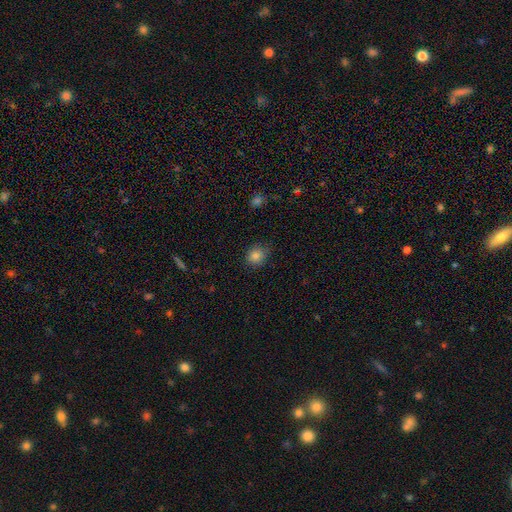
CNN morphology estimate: smooth 83%, star or artifact 11%, featured or disk 6%. Down the decision tree: how rounded — round (72%); merging — none (81%).